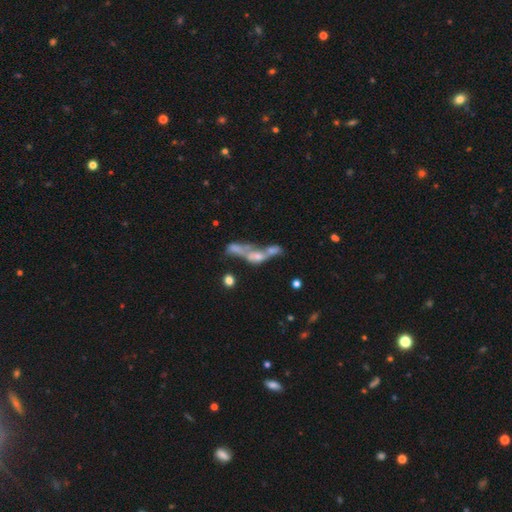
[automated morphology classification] The model was most divided on "smooth or featured": featured or disk: 47%, smooth: 38%, star or artifact: 15%. More confident: merging — merger (67%).